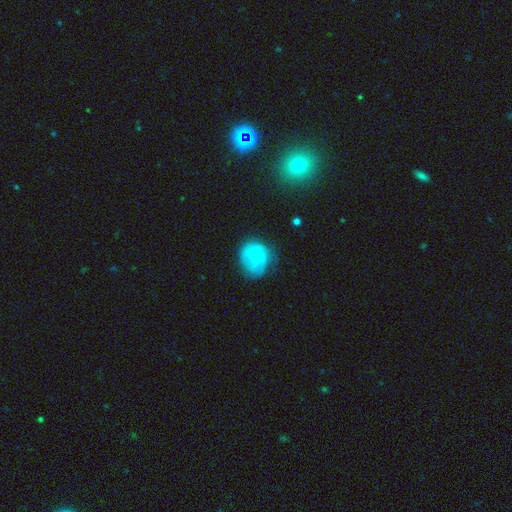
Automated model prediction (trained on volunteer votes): A featured or disk galaxy (51%). Merging: none (50%).